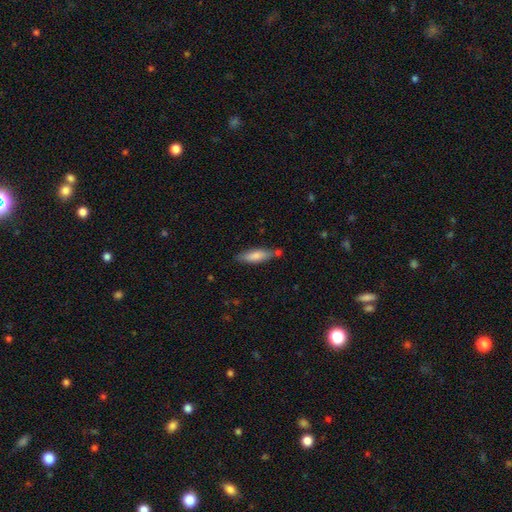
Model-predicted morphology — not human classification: A smooth galaxy with no disk features (75%) that is cigar-shaped (60%). Merging: none (69%).